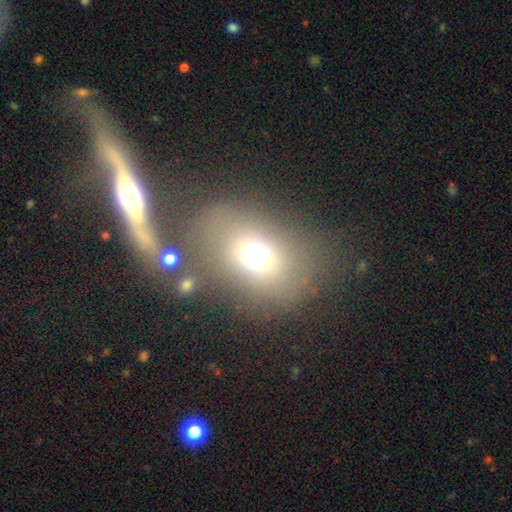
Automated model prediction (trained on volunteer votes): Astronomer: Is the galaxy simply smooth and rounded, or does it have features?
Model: smooth — 66%.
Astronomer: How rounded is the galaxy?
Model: in between — 55% (runner-up: round, 43%).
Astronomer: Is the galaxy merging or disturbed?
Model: none — 62%.